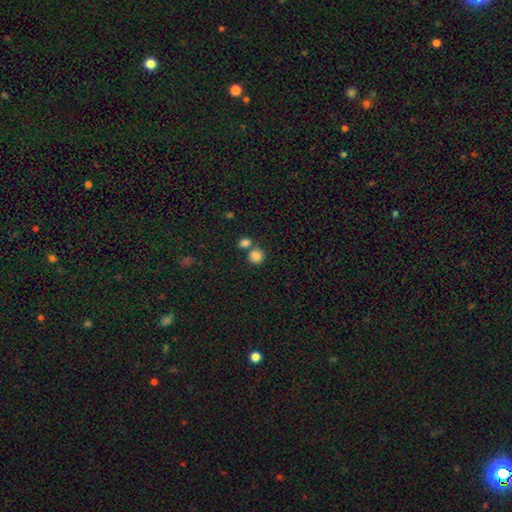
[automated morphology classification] smooth_or_featured: smooth (p=0.84) [alt: star or artifact p=0.10]
how_rounded: round (p=0.87) [alt: in between p=0.12]
merging: none (p=0.60) [alt: merger p=0.30]